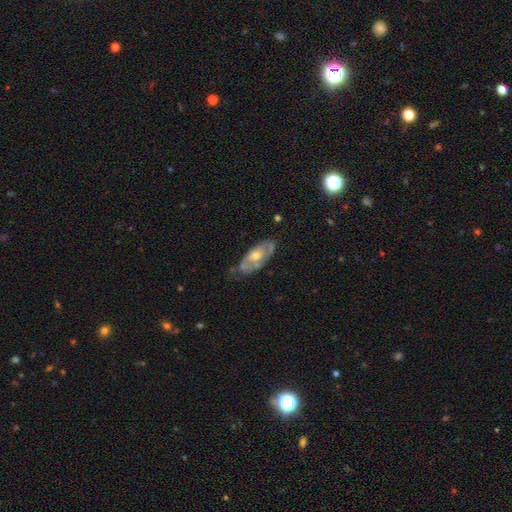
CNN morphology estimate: A featured or disk galaxy (60%) with no bar (81%), no spiral arms (56%) and a moderate central bulge (64%). Merging: none (60%).